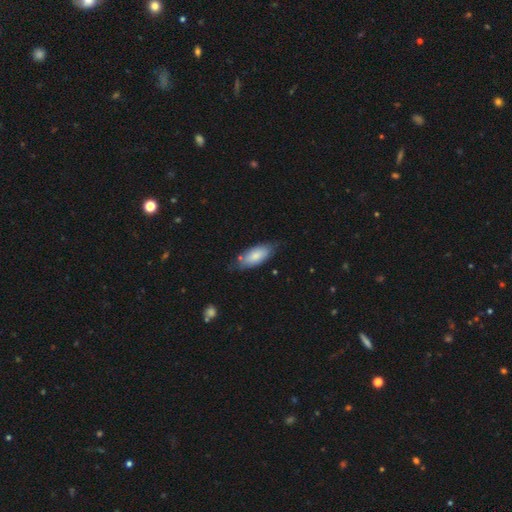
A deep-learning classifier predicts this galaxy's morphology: smooth 78%, featured or disk 16%, star or artifact 6%. Down the decision tree: how rounded — in between (85%); merging — none (67%).